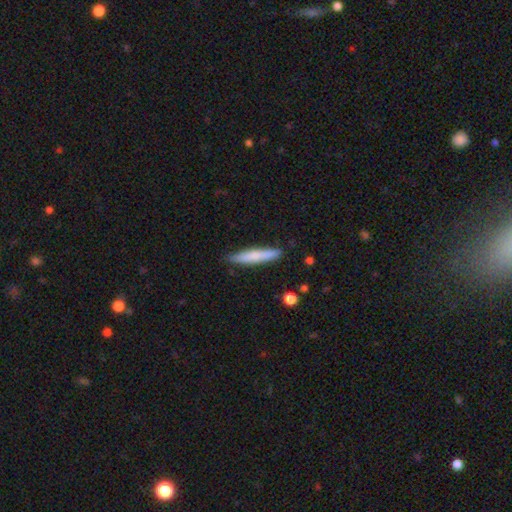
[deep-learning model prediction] Overall: smooth (72%). How rounded: cigar-shaped (92%). Merging: none (87%).